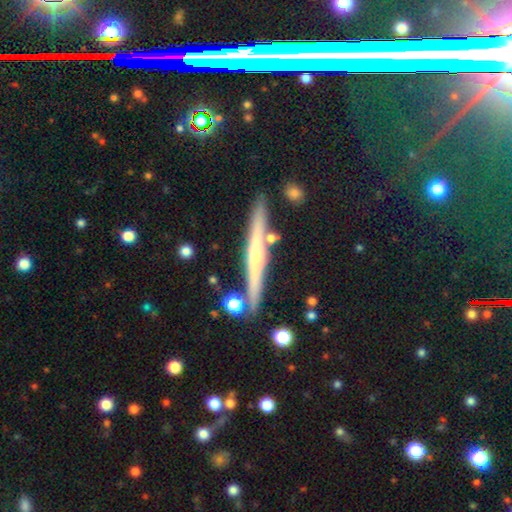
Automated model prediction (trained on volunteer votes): Smooth or featured? featured or disk (67%)
Edge-on disk? yes (97%)
Edge-on bulge? rounded (63%)
Merging? none (86%)